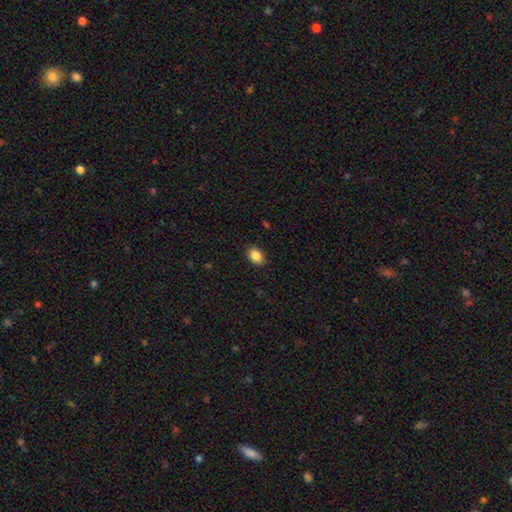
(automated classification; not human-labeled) Overall: smooth (87%). How rounded: in between (69%; round 30%). Merging: none (89%).